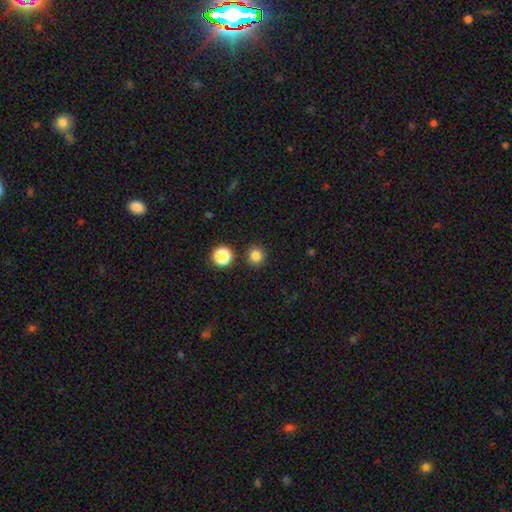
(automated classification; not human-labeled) A smooth galaxy with no disk features (82%) that is round (93%).

Vote fractions:
- Smooth or featured? smooth: 82% / star or artifact: 14% / featured or disk: 4%
- How rounded? round: 93% / in between: 6% / cigar-shaped: 1%
- Merging? none: 89% / minor disturbance: 6% / merger: 3% / major disturbance: 2%